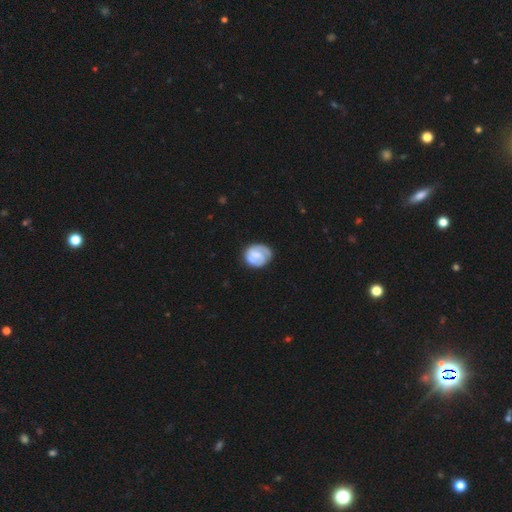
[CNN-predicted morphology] A featured or disk galaxy (56%) with no bar (49%), spiral arms (76%) and no central bulge (36%). Merging: none (64%).